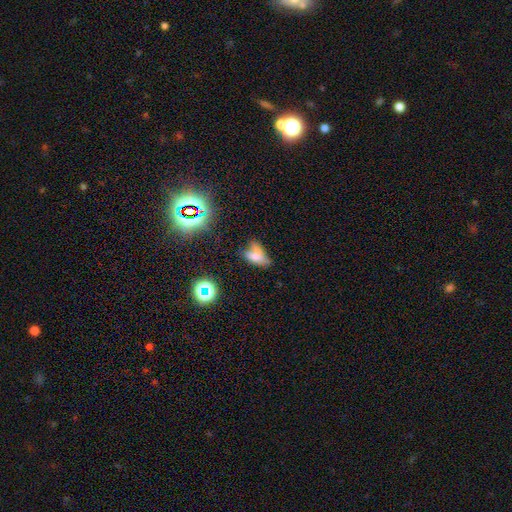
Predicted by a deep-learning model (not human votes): Smooth or featured: smooth — 55% (featured or disk — 25%)
How rounded: in between — 84% (cigar-shaped — 8%)
Merging: minor disturbance — 31% (tied with none — 31%)